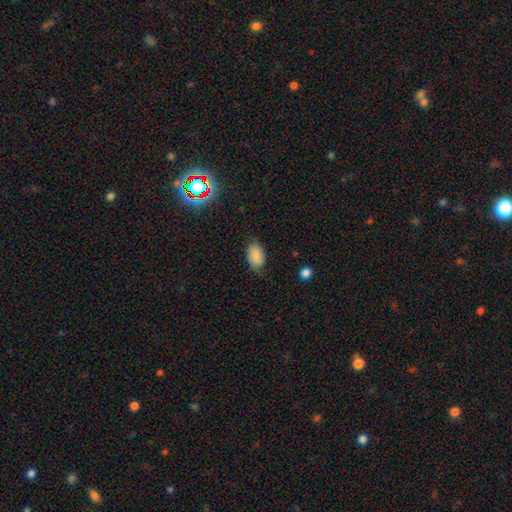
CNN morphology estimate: Q: Smooth or featured?
A: smooth (82%); runner-up: featured or disk (9%)
Q: How rounded?
A: in between (91%); runner-up: round (8%)
Q: Merging?
A: none (68%); runner-up: minor disturbance (25%)